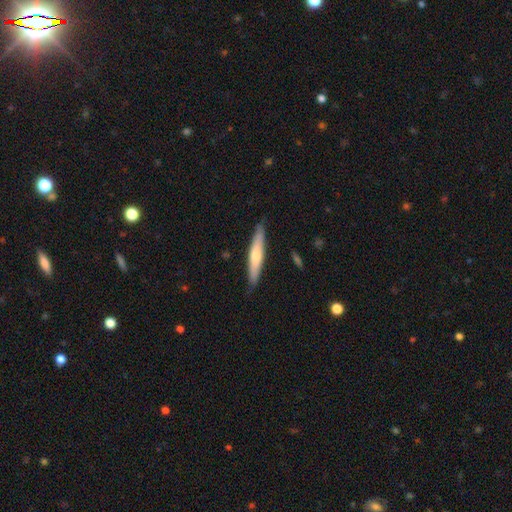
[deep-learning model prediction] This is possibly a smooth galaxy (49%). Merging: clearly none (87%).